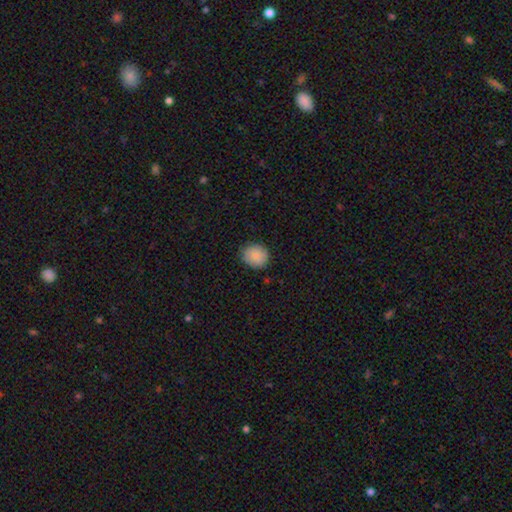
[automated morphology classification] Smooth or featured? Predicted: smooth (p=0.85). How rounded? Predicted: round (p=0.81). Merging? Predicted: none (p=0.84).